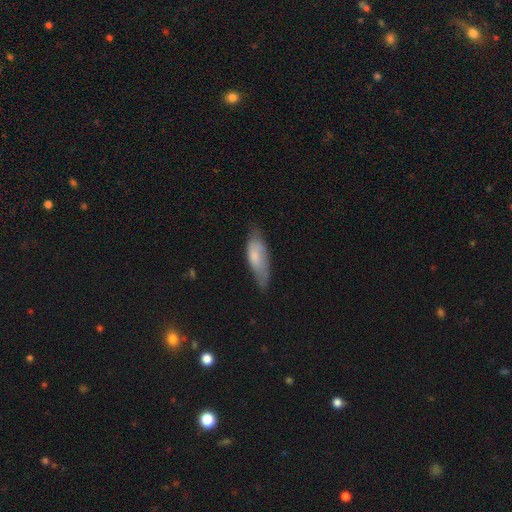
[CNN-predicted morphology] smooth_or_featured: smooth (p=0.72) [alt: featured or disk p=0.22]
how_rounded: in between (p=0.64) [alt: cigar-shaped p=0.35]
merging: none (p=0.53) [alt: minor disturbance p=0.35]